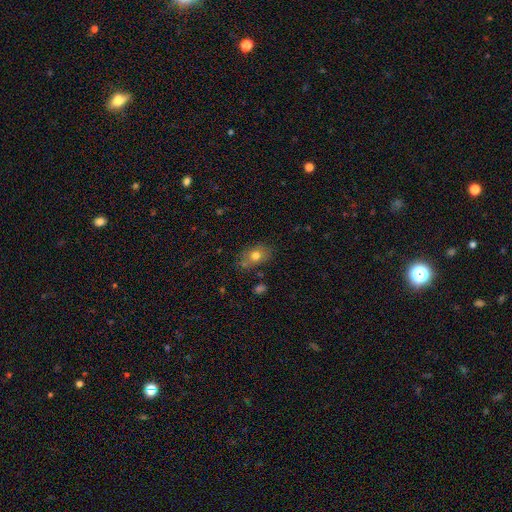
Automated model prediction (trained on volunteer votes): Overall: smooth (72%). How rounded: in between (75%). Merging: none (71%).